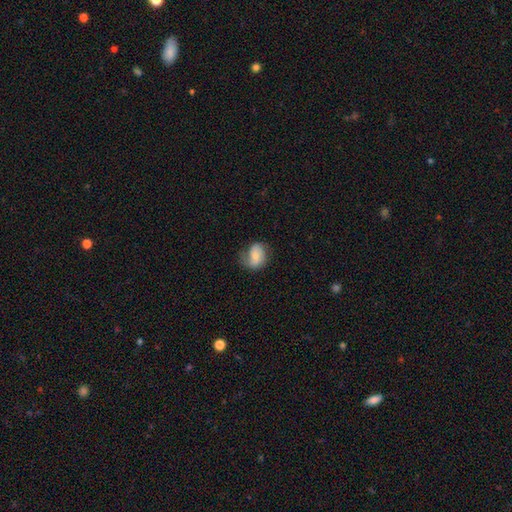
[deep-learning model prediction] Smooth or featured? Predicted: smooth (p=0.50). How rounded? Predicted: in between (p=0.53). Merging? Predicted: none (p=0.59).